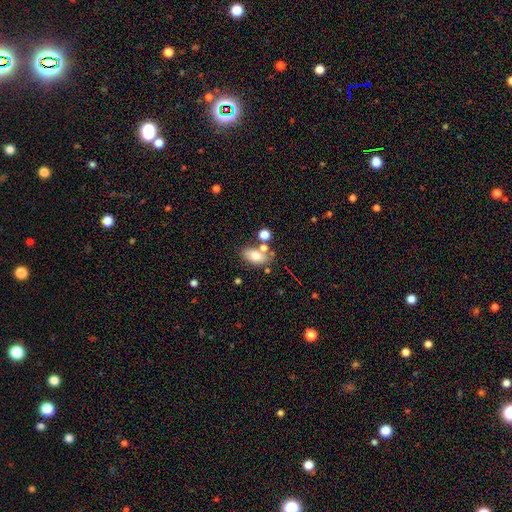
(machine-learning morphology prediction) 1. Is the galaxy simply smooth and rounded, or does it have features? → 74% smooth, 16% featured or disk, 10% star or artifact.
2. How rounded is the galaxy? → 88% in between, 9% round, 3% cigar-shaped.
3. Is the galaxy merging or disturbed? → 59% none, 21% merger, 15% minor disturbance, 5% major disturbance.